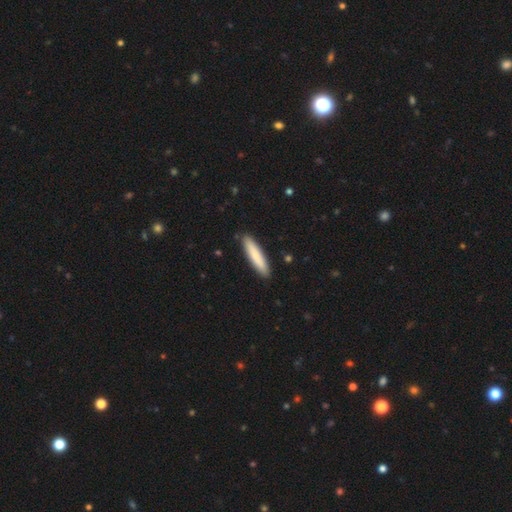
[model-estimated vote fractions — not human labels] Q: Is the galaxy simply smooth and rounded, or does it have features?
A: smooth — 82%.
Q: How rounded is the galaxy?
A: cigar-shaped — 85%.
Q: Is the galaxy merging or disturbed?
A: none — 90%.